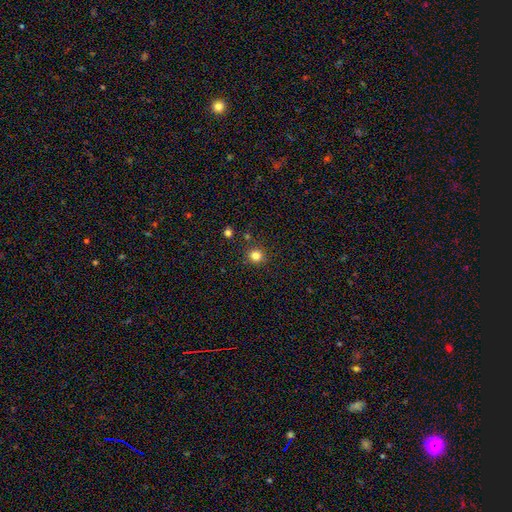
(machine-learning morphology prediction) Smooth or featured?
  - smooth: 81% *
  - star or artifact: 14%
  - featured or disk: 5%
How rounded?
  - round: 91% *
  - in between: 8%
  - cigar-shaped: 1%
Merging?
  - none: 89% *
  - minor disturbance: 6%
  - merger: 3%
  - major disturbance: 2%